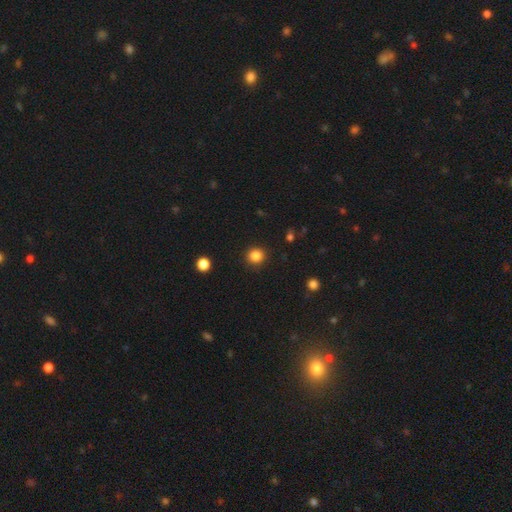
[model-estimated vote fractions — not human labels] smooth 85%, star or artifact 11%, featured or disk 4%. Down the decision tree: how rounded — round (89%); merging — none (91%).